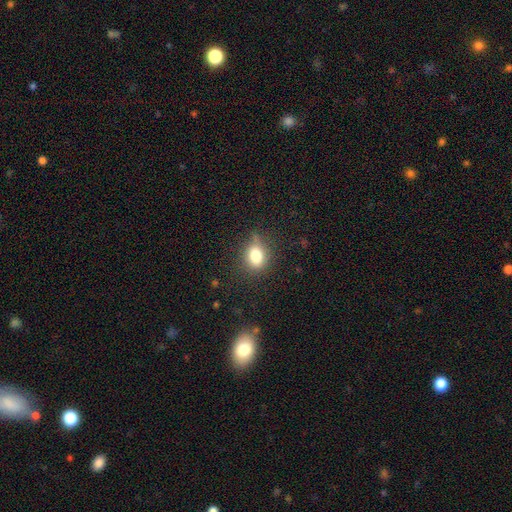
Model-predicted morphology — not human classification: smooth-or-featured: smooth: 80% | star or artifact: 11% | featured or disk: 9%
  how-rounded: in between: 58% | round: 40% | cigar-shaped: 2%
  merging: none: 69% | minor disturbance: 22% | major disturbance: 6% | merger: 2%